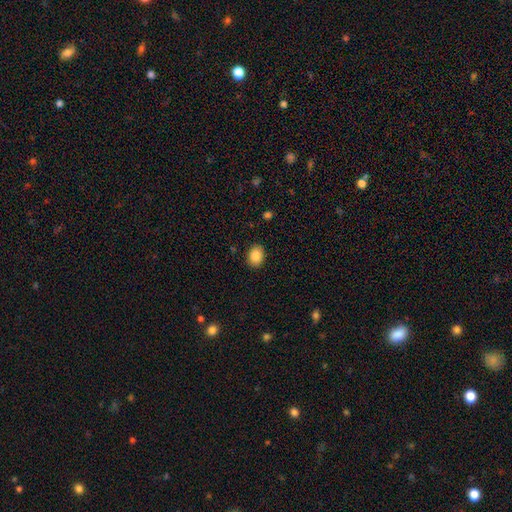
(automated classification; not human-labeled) The model was most divided on "how rounded": in between: 67%, round: 32%, cigar-shaped: 1%. More confident: merging — none (89%); smooth or featured — smooth (87%).